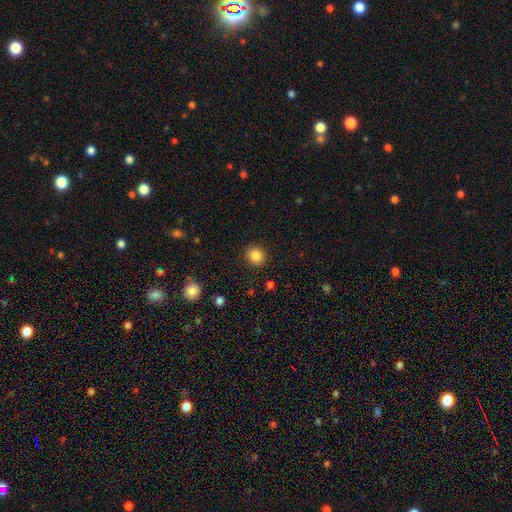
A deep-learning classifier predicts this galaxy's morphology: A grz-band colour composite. It shows a smooth galaxy with no disk features (85%) that is round (81%). Merging: none (91%).